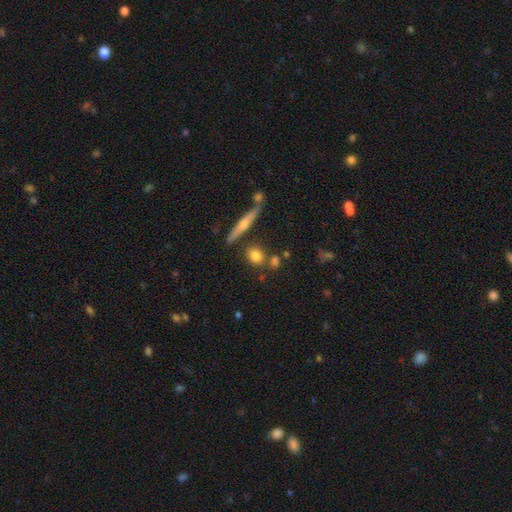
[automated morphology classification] smooth 75%, featured or disk 15%, star or artifact 10%. Down the decision tree: how rounded — round (60%); merging — none (73%).